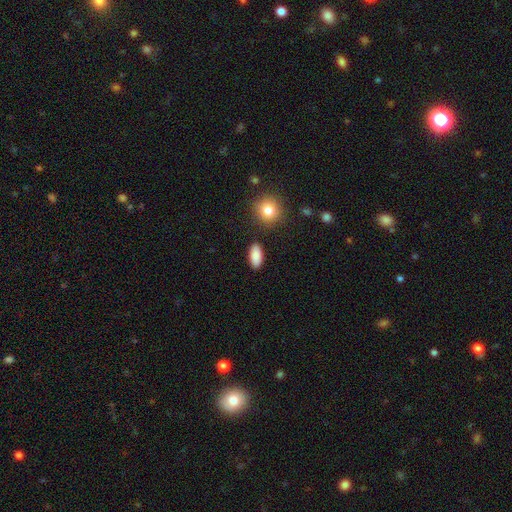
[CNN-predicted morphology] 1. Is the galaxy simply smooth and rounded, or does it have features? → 89% smooth, 7% star or artifact, 4% featured or disk.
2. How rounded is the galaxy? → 91% in between, 5% cigar-shaped, 4% round.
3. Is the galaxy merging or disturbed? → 87% none, 8% minor disturbance, 2% merger, 2% major disturbance.